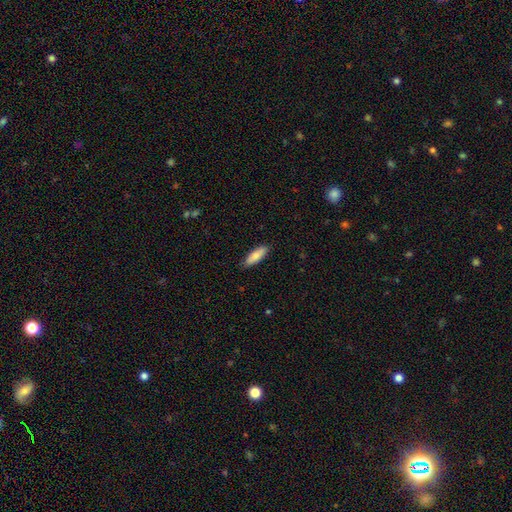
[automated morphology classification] Overall: smooth (79%). How rounded: in between (53%; cigar-shaped 45%). Merging: none (87%).